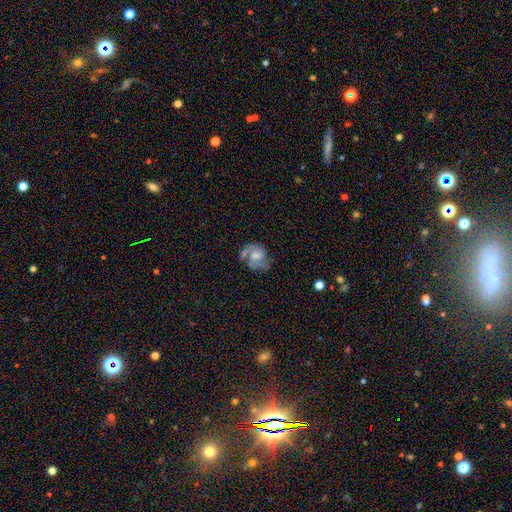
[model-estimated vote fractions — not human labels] Smooth or featured? featured or disk (68%)
Edge-on disk? no (97%)
Bar? no (57%)
Spiral arms? yes (86%)
Spiral winding? medium (47%)
Spiral arm count? 2 (67%)
Bulge size? moderate (46%)
Merging? none (58%)